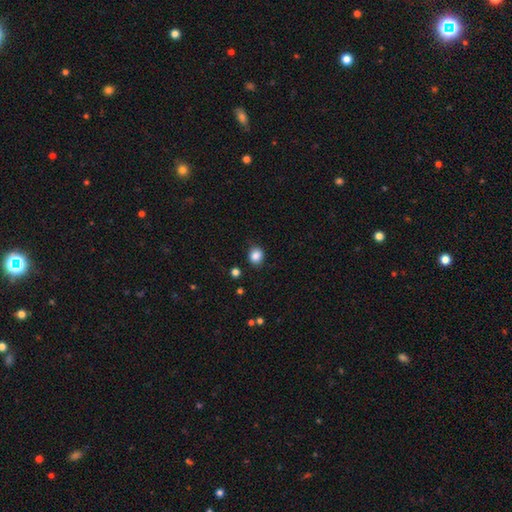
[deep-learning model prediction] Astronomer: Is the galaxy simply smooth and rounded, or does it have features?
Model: smooth — 86%.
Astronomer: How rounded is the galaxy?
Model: round — 68%.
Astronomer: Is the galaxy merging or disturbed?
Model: none — 84%.